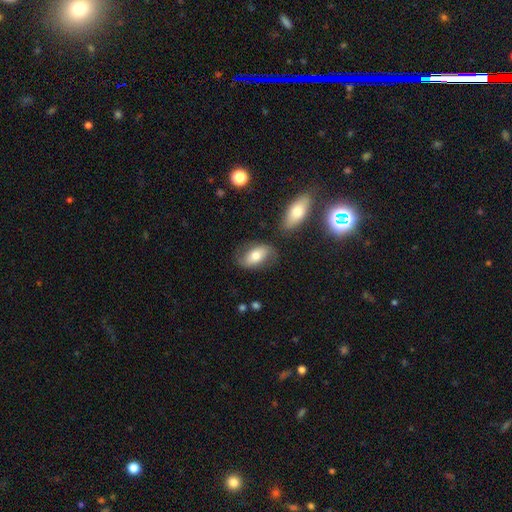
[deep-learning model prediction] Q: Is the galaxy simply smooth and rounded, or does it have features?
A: smooth — 60%.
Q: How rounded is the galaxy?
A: in between — 90%.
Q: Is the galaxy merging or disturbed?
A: none — 67%.